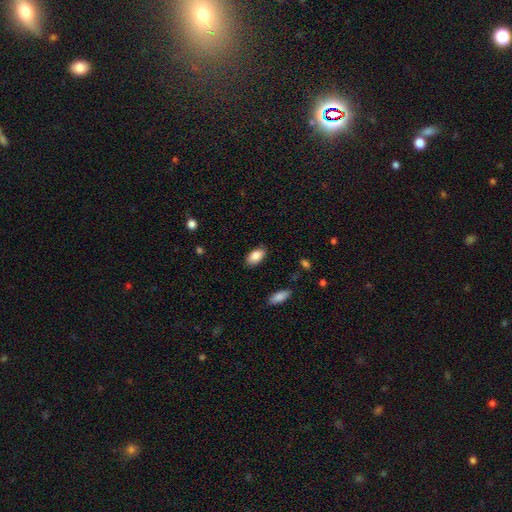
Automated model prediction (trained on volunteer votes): smooth_or_featured: smooth (p=0.86) [alt: star or artifact p=0.07]
how_rounded: in between (p=0.94) [alt: round p=0.04]
merging: none (p=0.85) [alt: minor disturbance p=0.11]